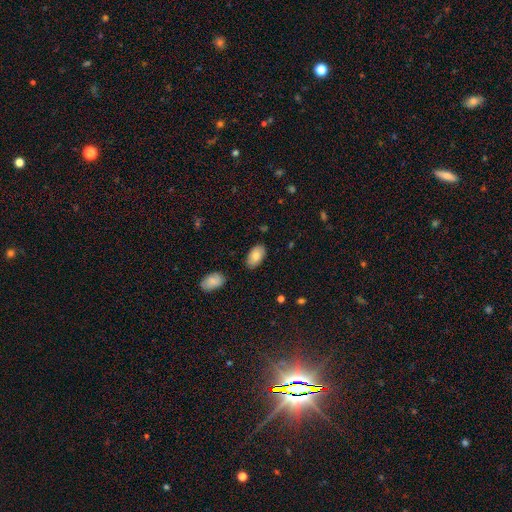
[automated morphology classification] smooth_or_featured: smooth (p=0.80) [alt: featured or disk p=0.13]
how_rounded: in between (p=0.94) [alt: round p=0.05]
merging: none (p=0.83) [alt: minor disturbance p=0.12]